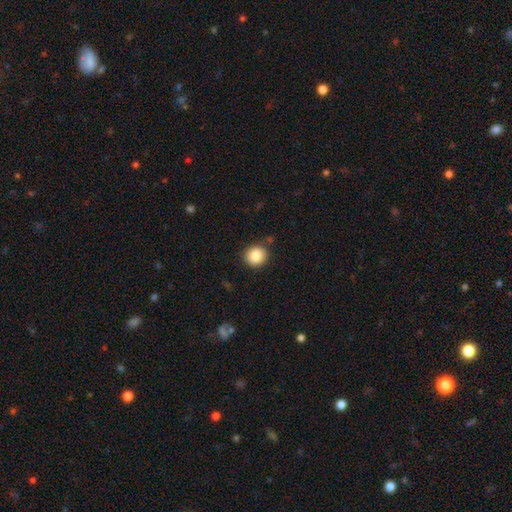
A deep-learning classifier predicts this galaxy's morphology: Smooth or featured: smooth — 87% (star or artifact — 9%)
How rounded: round — 88% (in between — 11%)
Merging: none — 85% (minor disturbance — 10%)